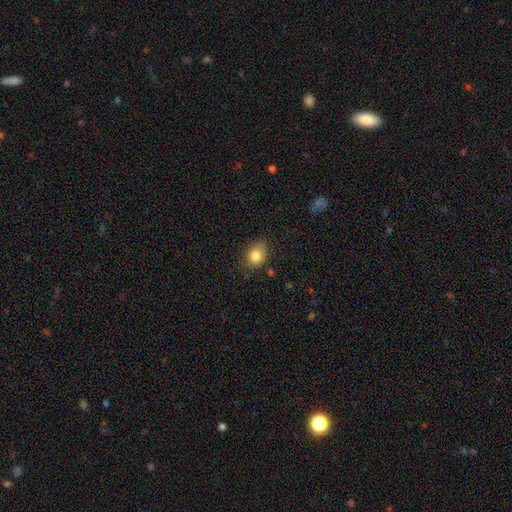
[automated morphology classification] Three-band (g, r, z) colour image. It shows a smooth galaxy with no disk features (82%) that is in between round and cigar-shaped (55%). Merging: none (70%).